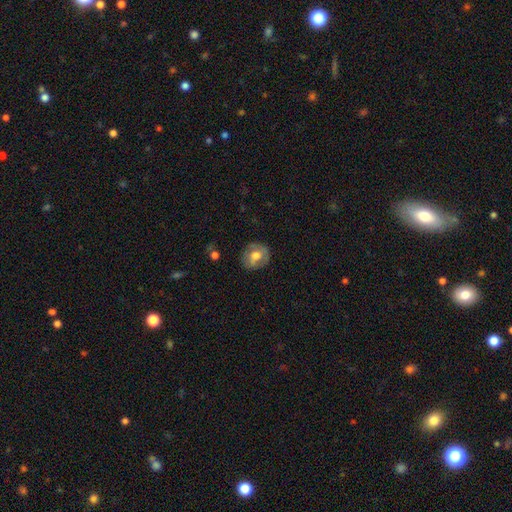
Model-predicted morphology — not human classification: Smooth or featured? Predicted: smooth (p=0.50). How rounded? Predicted: round (p=0.77). Merging? Predicted: none (p=0.77).